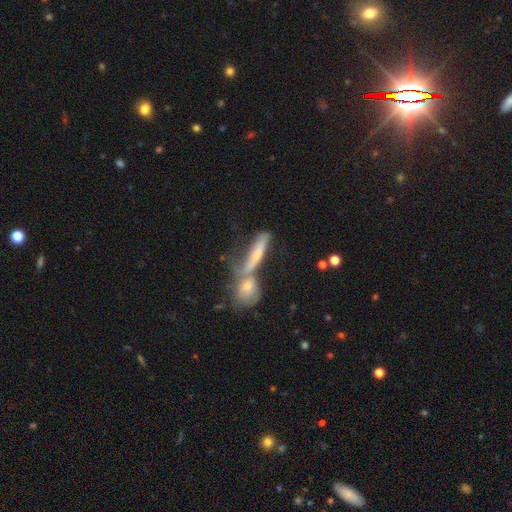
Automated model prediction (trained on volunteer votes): featured or disk 48%, smooth 42%, star or artifact 10%. Down the decision tree: merging — merger (49%).